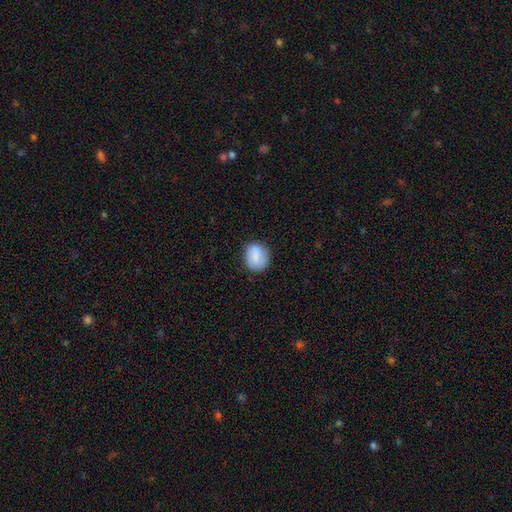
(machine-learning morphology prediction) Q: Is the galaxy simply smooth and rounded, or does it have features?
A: smooth — 81%.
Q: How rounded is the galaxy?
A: round — 65%.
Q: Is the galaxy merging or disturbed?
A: none — 82%.